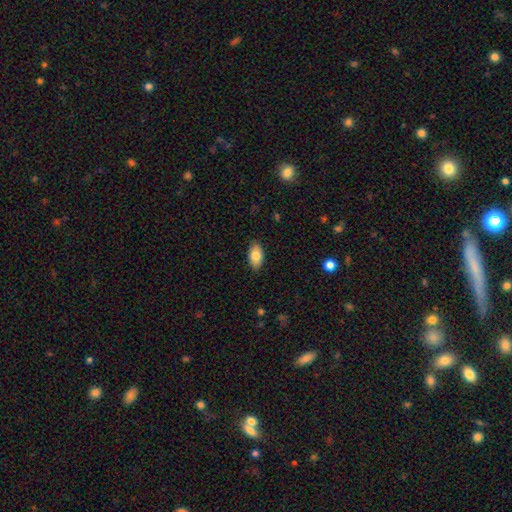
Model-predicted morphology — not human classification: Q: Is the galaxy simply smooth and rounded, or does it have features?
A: smooth — 82%.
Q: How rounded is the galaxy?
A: in between — 93%.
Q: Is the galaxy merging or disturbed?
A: none — 87%.